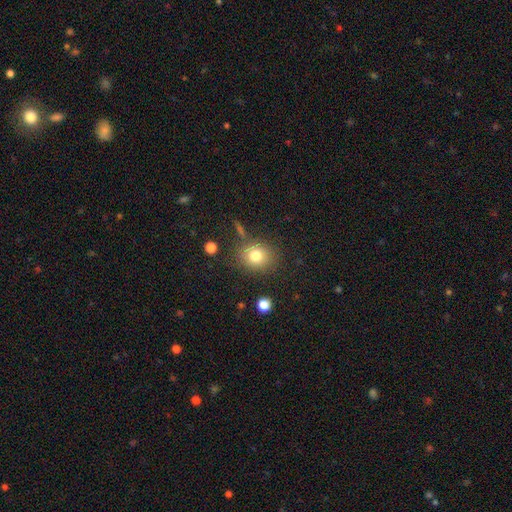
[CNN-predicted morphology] Smooth or featured? Predicted: smooth (p=0.78). How rounded? Predicted: round (p=0.64). Merging? Predicted: none (p=0.80).